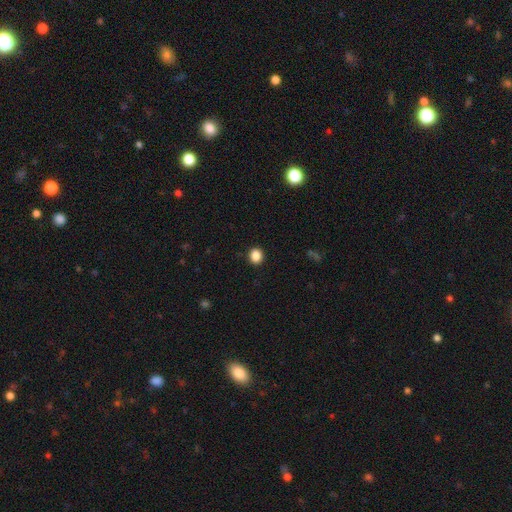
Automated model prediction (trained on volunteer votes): Smooth or featured? smooth (87%)
How rounded? round (79%)
Merging? none (91%)